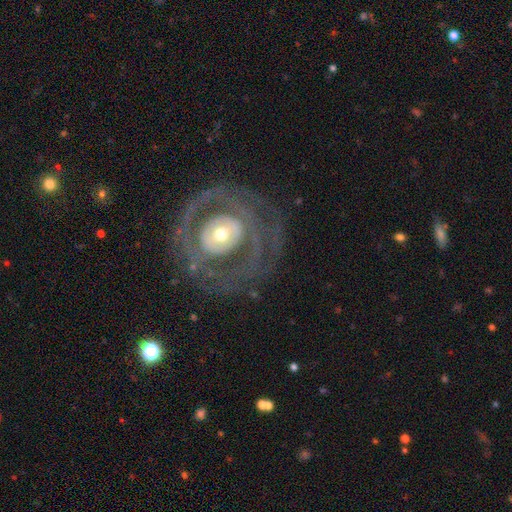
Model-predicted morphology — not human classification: A featured or disk galaxy (78%) with no bar (55%), spiral arms (61%) and a moderate central bulge (48%).

Vote fractions:
- Smooth or featured? featured or disk: 78% / smooth: 15% / star or artifact: 7%
- Edge-on disk? no: 96% / yes: 4%
- Bar? no: 55% / weak: 28% / strong: 17%
- Spiral arms? yes: 61% / no: 39%
- Bulge size? moderate: 48% / small: 41% / large: 7% / dominant: 2% / none: 1%
- Merging? none: 75% / minor disturbance: 13% / major disturbance: 10% / merger: 2%